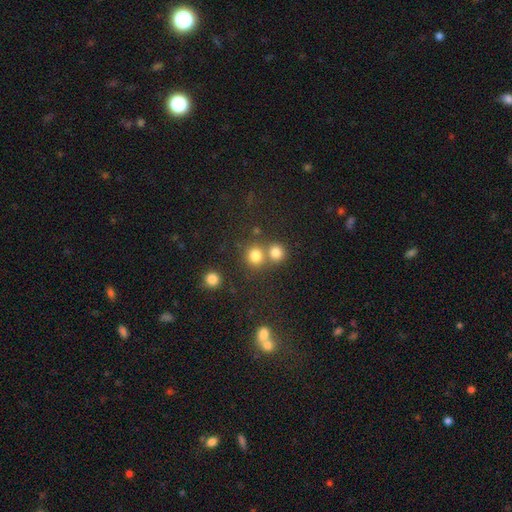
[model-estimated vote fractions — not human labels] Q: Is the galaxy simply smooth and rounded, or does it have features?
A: smooth — 79%.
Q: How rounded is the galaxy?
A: round — 87%.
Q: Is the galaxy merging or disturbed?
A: none — 56%.